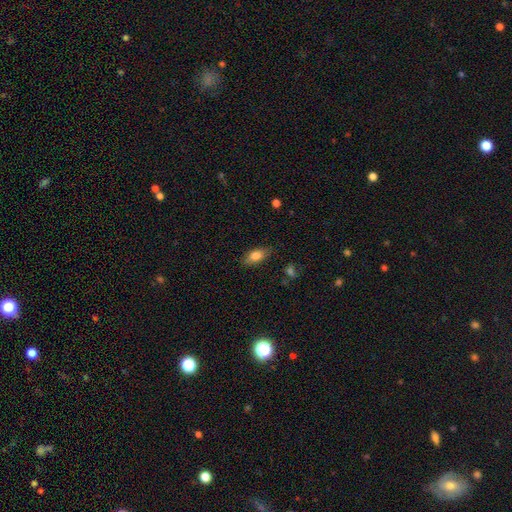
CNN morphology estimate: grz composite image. It shows a smooth galaxy with no disk features (79%) that is in between round and cigar-shaped (85%). Merging: none (83%).